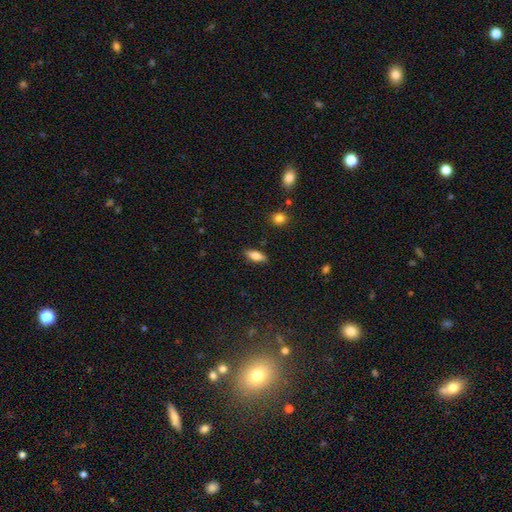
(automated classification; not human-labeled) Overall: smooth (71%). How rounded: in between (70%). Merging: none (87%).